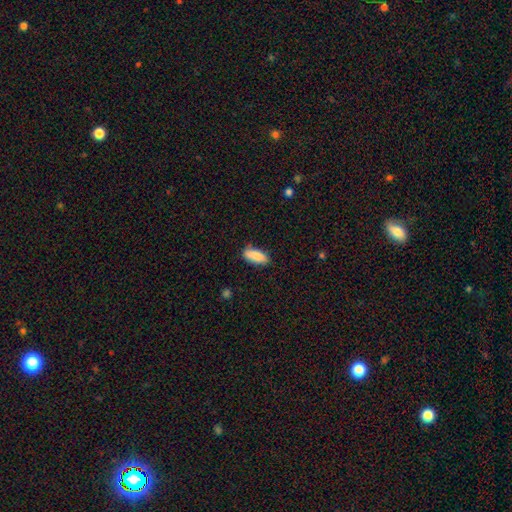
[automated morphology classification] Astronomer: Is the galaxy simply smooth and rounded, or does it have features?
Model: smooth — 87%.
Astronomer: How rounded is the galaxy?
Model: in between — 80%.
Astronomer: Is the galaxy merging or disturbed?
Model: none — 81%.